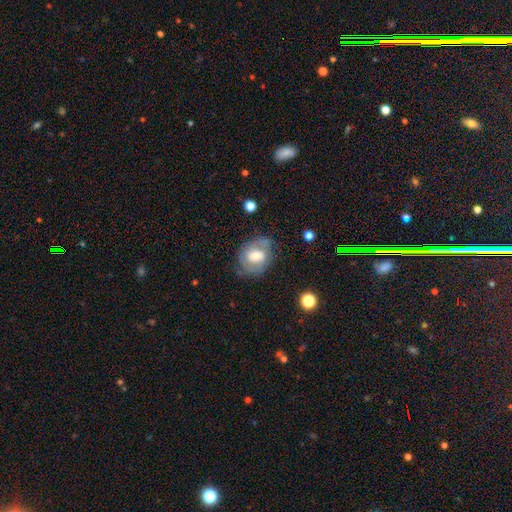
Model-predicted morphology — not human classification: This is likely a featured or disk galaxy (63%). It is clearly not viewed edge-on (96%). Bar: possibly no (46%). Spiral arm pattern: likely yes (75%). Central bulge: possibly moderate (59%). Merging: likely none (67%).